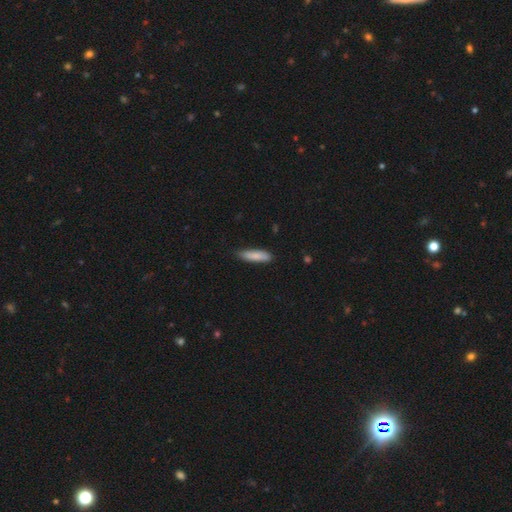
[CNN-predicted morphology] This appears to be a smooth galaxy with no disk features (85%) that is cigar-shaped (63%). Merging: none (79%).